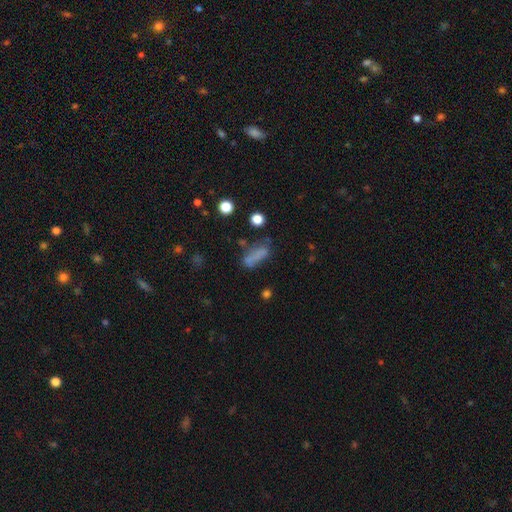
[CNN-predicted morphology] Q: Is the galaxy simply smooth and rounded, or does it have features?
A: smooth — 65%.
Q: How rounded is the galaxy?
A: in between — 57%.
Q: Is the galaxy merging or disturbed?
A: none — 46%.